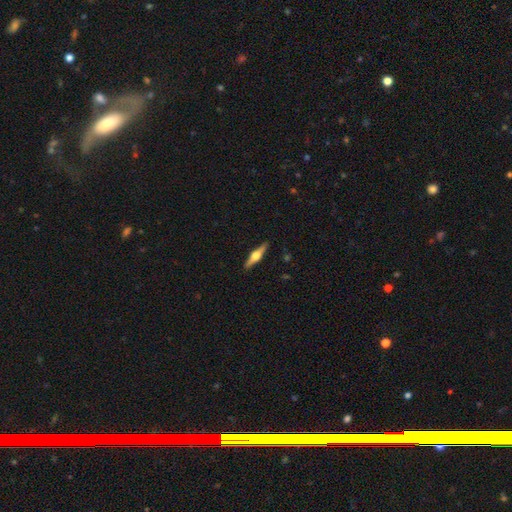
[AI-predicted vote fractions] A featured or disk galaxy (71%) viewed edge-on (97%) with a rounded central bulge (95%).

Vote fractions:
- Smooth or featured? featured or disk: 71% / smooth: 24% / star or artifact: 5%
- Edge-on disk? yes: 97% / no: 3%
- Edge-on bulge? rounded: 95% / boxy: 4% / none: 2%
- Merging? none: 90% / minor disturbance: 7% / major disturbance: 1% / merger: 1%